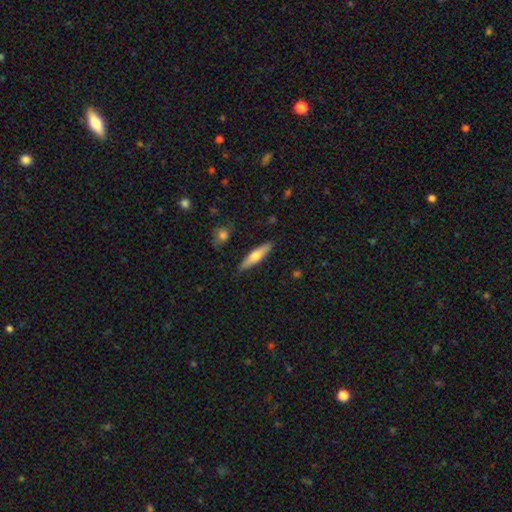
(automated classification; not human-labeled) smooth 58%, featured or disk 36%, star or artifact 6%. Down the decision tree: how rounded — cigar-shaped (76%); merging — none (86%).